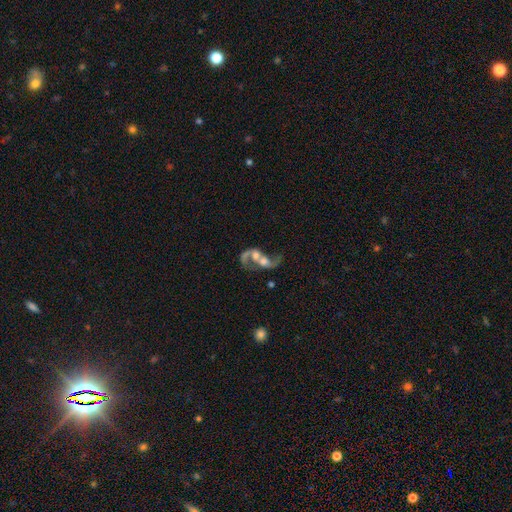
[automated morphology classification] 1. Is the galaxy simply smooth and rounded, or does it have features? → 70% featured or disk, 21% smooth, 9% star or artifact.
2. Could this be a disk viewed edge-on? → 97% no, 3% yes.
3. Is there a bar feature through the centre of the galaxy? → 64% no, 27% weak, 9% strong.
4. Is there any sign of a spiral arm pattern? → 76% yes, 24% no.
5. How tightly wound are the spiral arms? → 79% loose, 17% medium, 4% tight.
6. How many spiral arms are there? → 71% 2, 21% 1, 5% can't tell, 2% 3, 1% 4, 1% more than 4.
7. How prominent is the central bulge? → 42% moderate, 23% large, 18% small, 13% none, 4% dominant.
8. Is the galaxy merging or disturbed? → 70% merger, 13% none, 12% major disturbance, 6% minor disturbance.